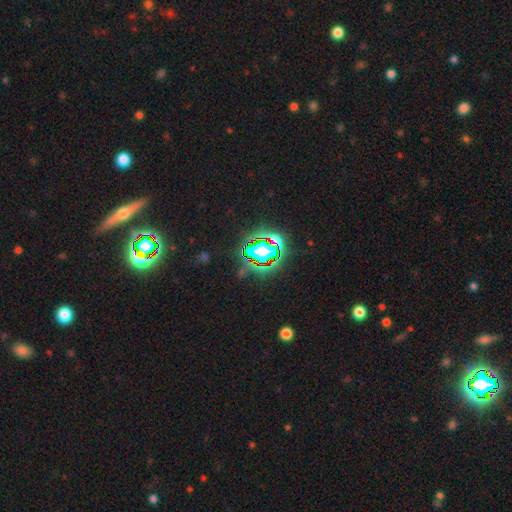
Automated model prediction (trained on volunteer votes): The model was most divided on "smooth or featured": star or artifact: 75%, smooth: 14%, featured or disk: 10%.